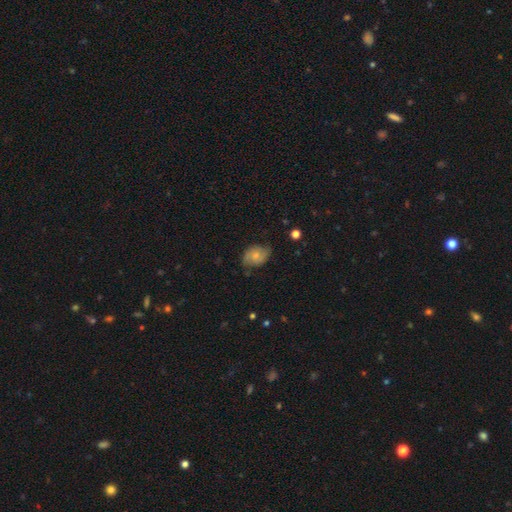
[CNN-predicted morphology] featured or disk 56%, smooth 36%, star or artifact 8%. Down the decision tree: edge-on disk — no (97%); bar — no (71%); spiral arms — yes (87%); bulge size — small (59%); merging — none (68%).